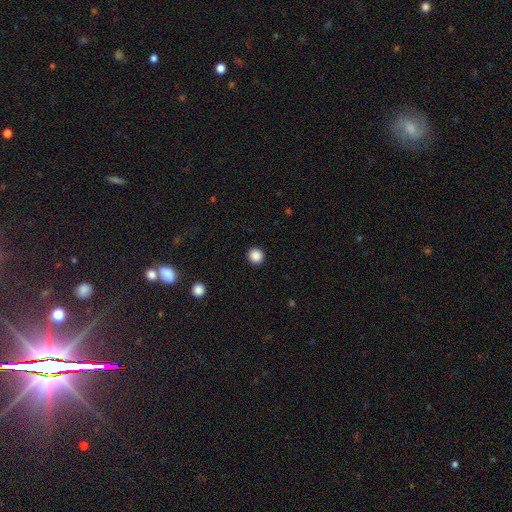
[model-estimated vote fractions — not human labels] Overall: smooth (88%). How rounded: round (93%). Merging: none (93%).